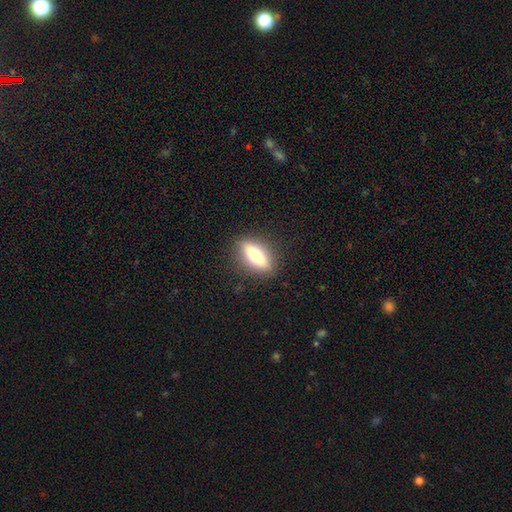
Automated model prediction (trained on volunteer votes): The model was most divided on "how rounded": in between: 61%, cigar-shaped: 36%, round: 4%. More confident: merging — none (87%); smooth or featured — smooth (67%).